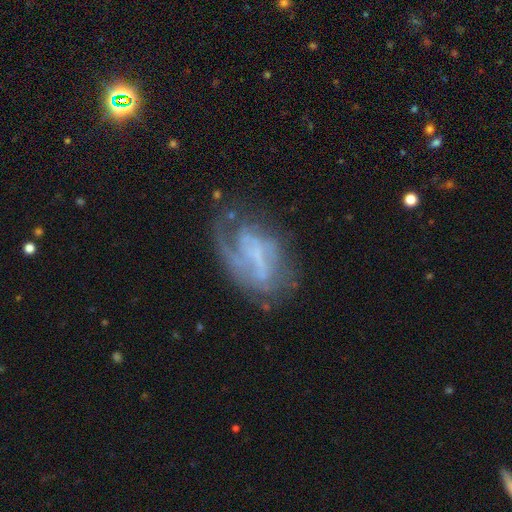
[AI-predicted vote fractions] Smooth or featured?
  - featured or disk: 75% *
  - smooth: 17%
  - star or artifact: 9%
Edge-on disk?
  - no: 97% *
  - yes: 3%
Bar?
  - no: 44% *
  - weak: 37%
  - strong: 20%
Spiral arms?
  - yes: 76% *
  - no: 24%
Spiral winding?
  - medium: 37% *
  - loose: 32%
  - tight: 31%
Spiral arm count?
  - 1: 42% *
  - can't tell: 24%
  - 2: 23%
  - 3: 6%
  - 4: 2%
  - more than 4: 2%
Bulge size?
  - none: 61% *
  - small: 24%
  - moderate: 10%
  - large: 3%
  - dominant: 1%
Merging?
  - none: 45% *
  - major disturbance: 28%
  - minor disturbance: 22%
  - merger: 4%